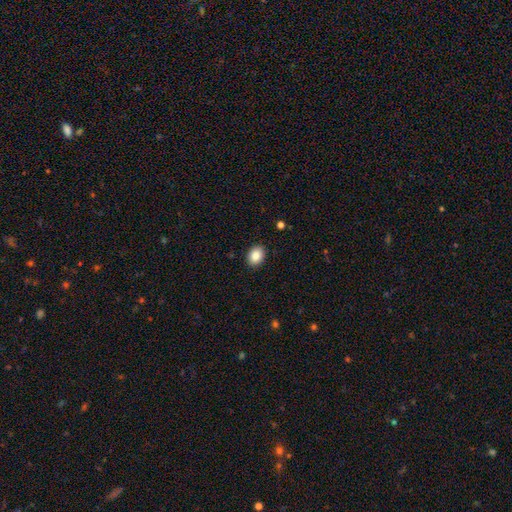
Smooth or featured? 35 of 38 (92%) said smooth. How rounded? 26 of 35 (74%) said in between. Merging? 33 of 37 (89%) said none.